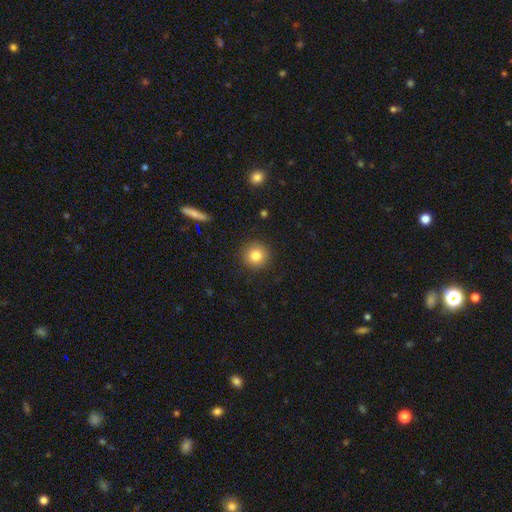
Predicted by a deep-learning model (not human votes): Smooth or featured: smooth — 82% (star or artifact — 10%)
How rounded: round — 94% (in between — 5%)
Merging: none — 91% (minor disturbance — 6%)